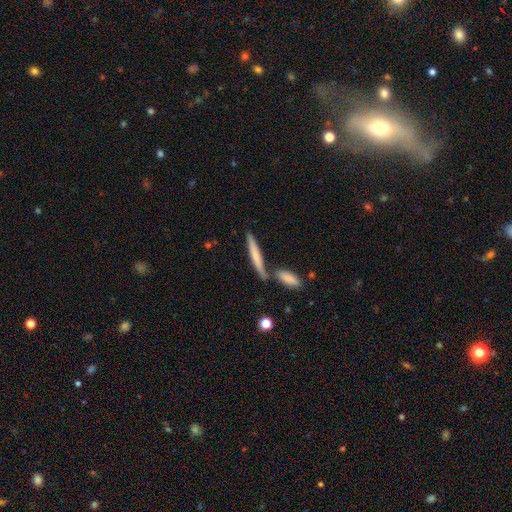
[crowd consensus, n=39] Morphology: type=smooth (72%); roundness=cigar-shaped (86%); merging=none (72%).